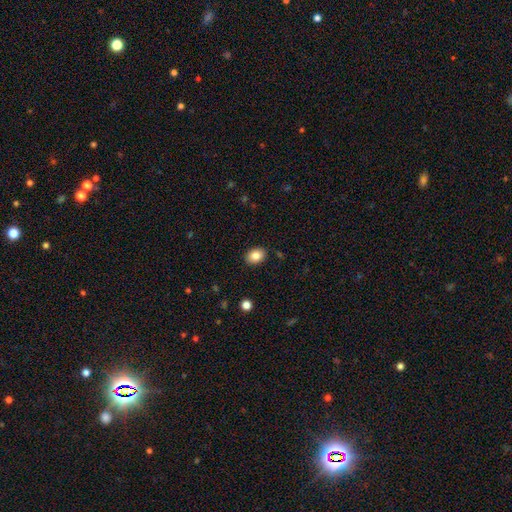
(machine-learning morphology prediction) This appears to be a smooth galaxy with no disk features (84%) that is in between round and cigar-shaped (70%). Merging: none (89%).